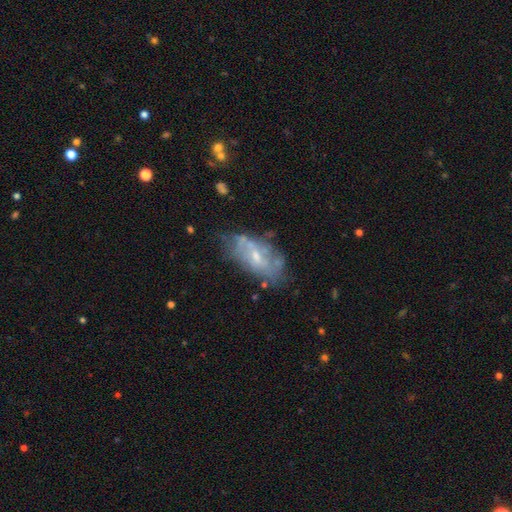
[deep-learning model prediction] The model was most divided on "spiral arms": no: 51%, yes: 49%. More confident: edge-on disk — no (90%); smooth or featured — featured or disk (62%); bulge size — small (60%); merging — none (58%); bar — no (53%).